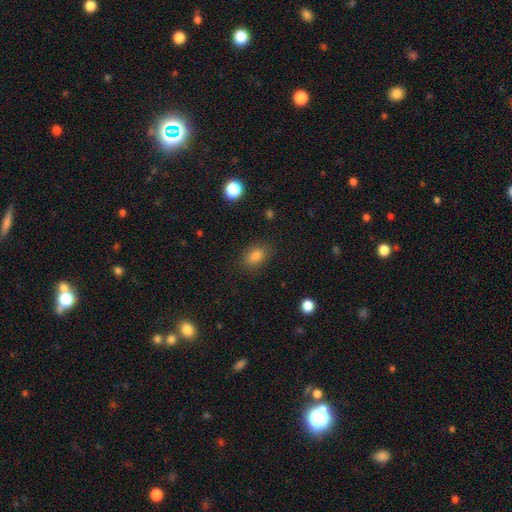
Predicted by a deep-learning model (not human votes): A smooth galaxy with no disk features (82%) that is in between round and cigar-shaped (79%).

Vote fractions:
- Smooth or featured? smooth: 82% / star or artifact: 12% / featured or disk: 6%
- How rounded? in between: 79% / round: 19% / cigar-shaped: 2%
- Merging? none: 86% / minor disturbance: 10% / major disturbance: 3% / merger: 1%